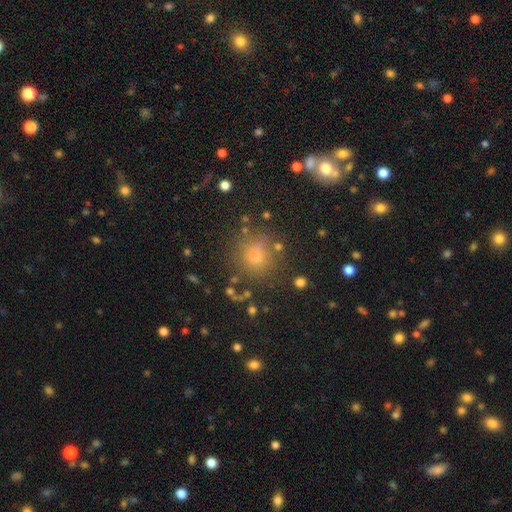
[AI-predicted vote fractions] Smooth or featured? Predicted: smooth (p=0.70). How rounded? Predicted: round (p=0.86). Merging? Predicted: none (p=0.75).